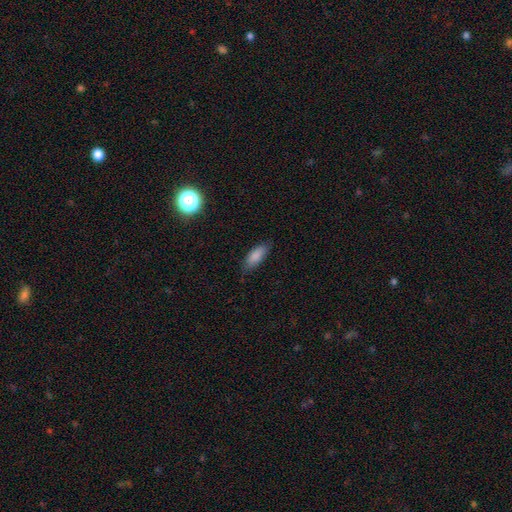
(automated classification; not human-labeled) smooth_or_featured: smooth (p=0.86) [alt: star or artifact p=0.07]
how_rounded: in between (p=0.74) [alt: cigar-shaped p=0.24]
merging: none (p=0.80) [alt: minor disturbance p=0.16]